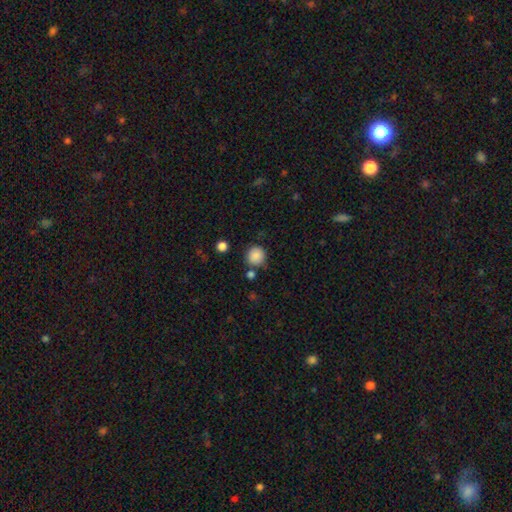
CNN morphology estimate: This appears to be a smooth galaxy with no disk features (88%) that is round (92%). Merging: none (78%).